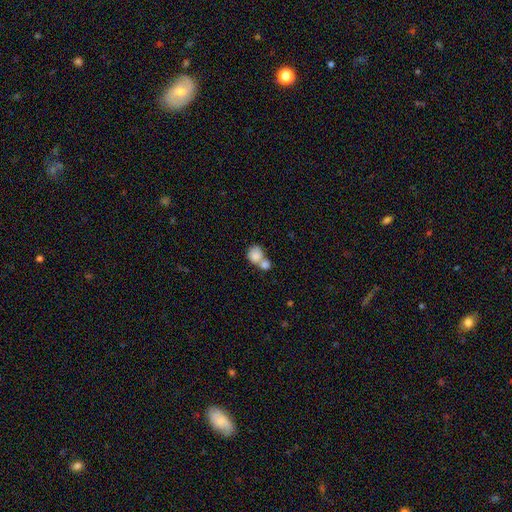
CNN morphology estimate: smooth_or_featured: smooth (p=0.82) [alt: featured or disk p=0.11]
how_rounded: round (p=0.70) [alt: in between p=0.29]
merging: merger (p=0.65) [alt: none p=0.25]